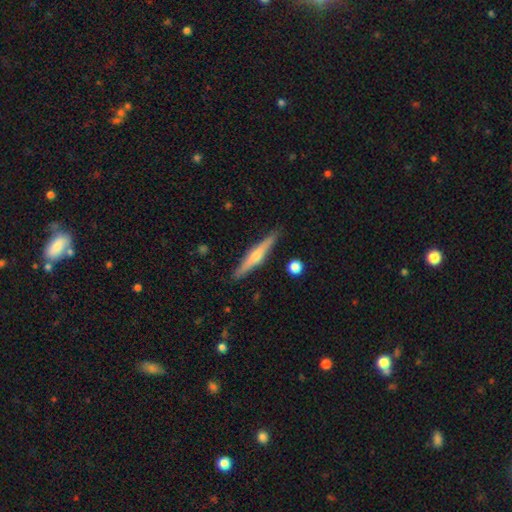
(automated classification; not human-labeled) Smooth or featured: featured or disk — 63% (smooth — 32%)
Edge-on disk: yes — 97% (no — 3%)
Edge-on bulge: rounded — 85% (none — 10%)
Merging: none — 90% (minor disturbance — 7%)